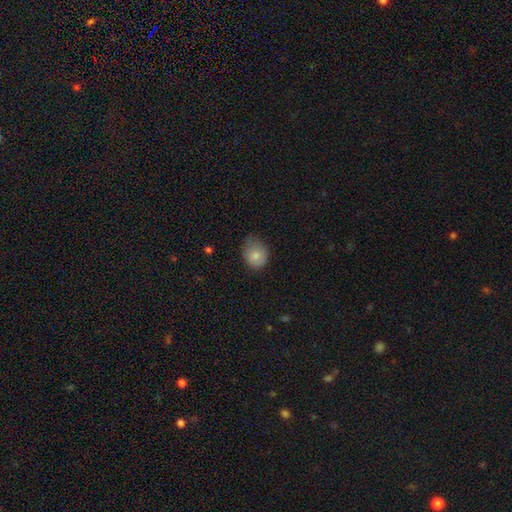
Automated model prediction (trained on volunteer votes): This is clearly a smooth galaxy (81%). How rounded: possibly round (57%). Merging: possibly none (50%).